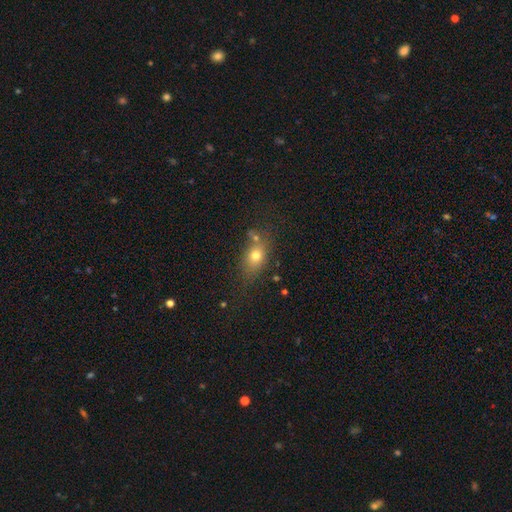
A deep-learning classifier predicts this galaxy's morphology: Smooth or featured? smooth (73%)
How rounded? in between (67%)
Merging? none (64%)